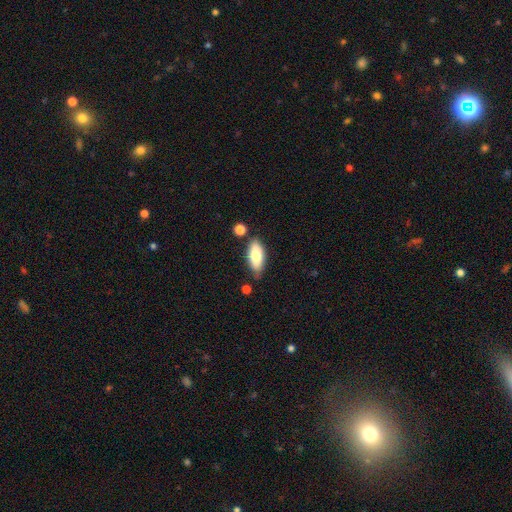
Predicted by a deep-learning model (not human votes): smooth 75%, featured or disk 18%, star or artifact 6%. Down the decision tree: how rounded — in between (84%); merging — none (73%).